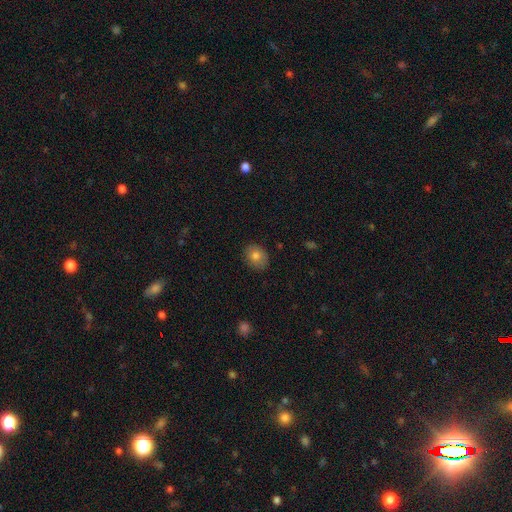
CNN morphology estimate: This is likely a smooth galaxy (79%). How rounded: possibly round (50%). Merging: clearly none (85%).